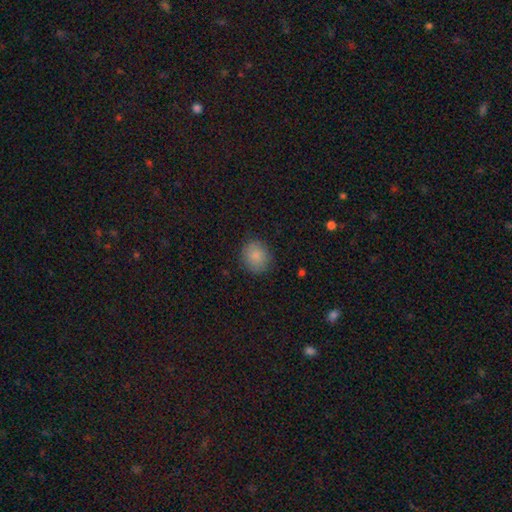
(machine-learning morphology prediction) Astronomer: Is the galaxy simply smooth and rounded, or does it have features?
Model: smooth — 85%.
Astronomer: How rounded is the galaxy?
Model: round — 76%.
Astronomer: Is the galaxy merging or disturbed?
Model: none — 84%.